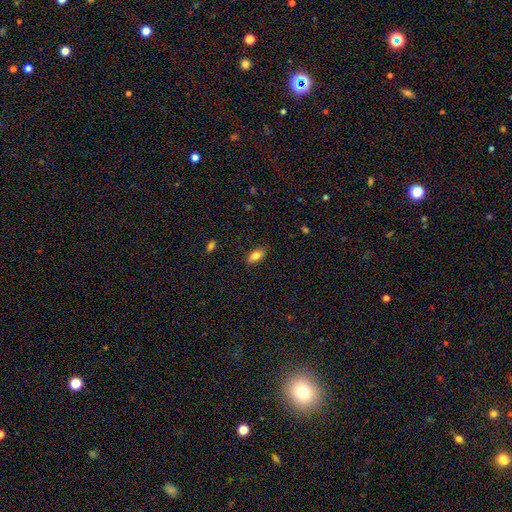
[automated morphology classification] The model was most divided on "smooth or featured": smooth: 81%, featured or disk: 11%, star or artifact: 8%. More confident: how rounded — in between (87%); merging — none (84%).